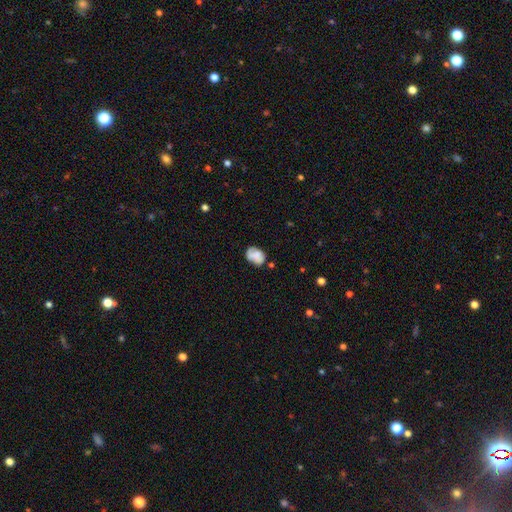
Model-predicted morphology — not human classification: Smooth or featured?
  - smooth: 69% *
  - featured or disk: 22%
  - star or artifact: 9%
How rounded?
  - in between: 75% *
  - round: 24%
  - cigar-shaped: 1%
Merging?
  - none: 53% *
  - minor disturbance: 30%
  - major disturbance: 9%
  - merger: 9%